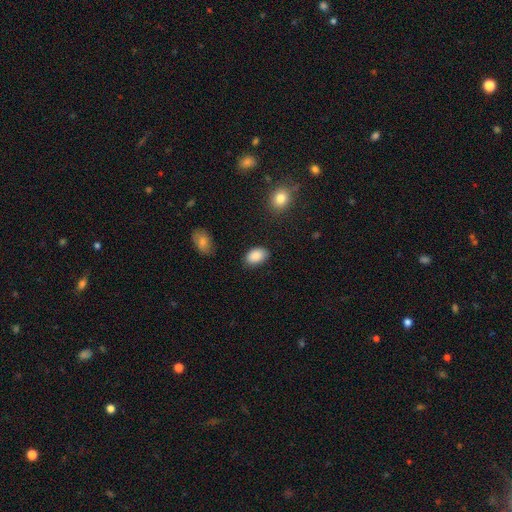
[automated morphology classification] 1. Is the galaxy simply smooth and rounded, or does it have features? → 89% smooth, 7% star or artifact, 4% featured or disk.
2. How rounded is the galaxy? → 90% in between, 9% round, 1% cigar-shaped.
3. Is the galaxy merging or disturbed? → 83% none, 12% minor disturbance, 3% major disturbance, 2% merger.